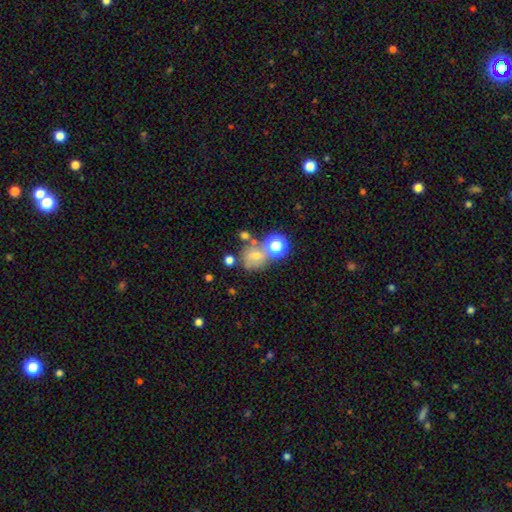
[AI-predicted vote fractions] Morphology: type=smooth (48%); merging=none (51%).